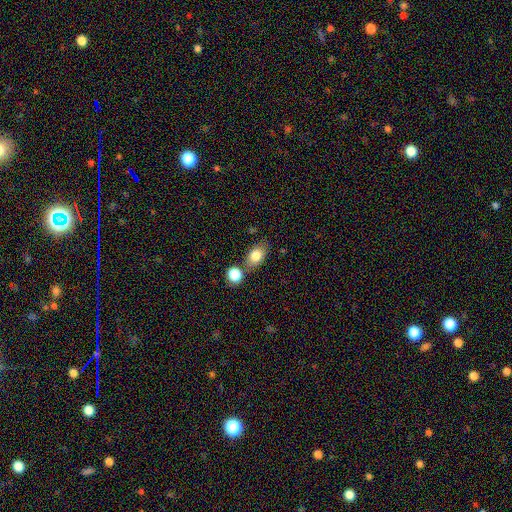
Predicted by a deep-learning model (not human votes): Smooth or featured?
  - smooth: 80% *
  - featured or disk: 11%
  - star or artifact: 8%
How rounded?
  - in between: 82% *
  - round: 16%
  - cigar-shaped: 2%
Merging?
  - none: 68% *
  - merger: 14%
  - minor disturbance: 14%
  - major disturbance: 4%